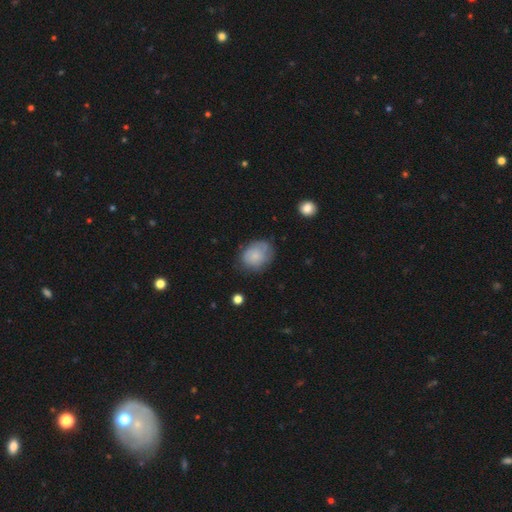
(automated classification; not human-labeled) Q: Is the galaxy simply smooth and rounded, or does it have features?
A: smooth — 75%.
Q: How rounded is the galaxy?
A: in between — 55%.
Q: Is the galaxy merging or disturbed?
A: none — 61%.